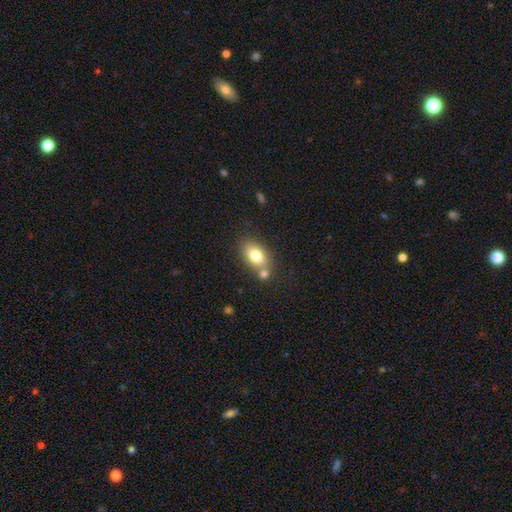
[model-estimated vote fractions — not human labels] Smooth or featured? smooth (77%)
How rounded? in between (83%)
Merging? none (61%)